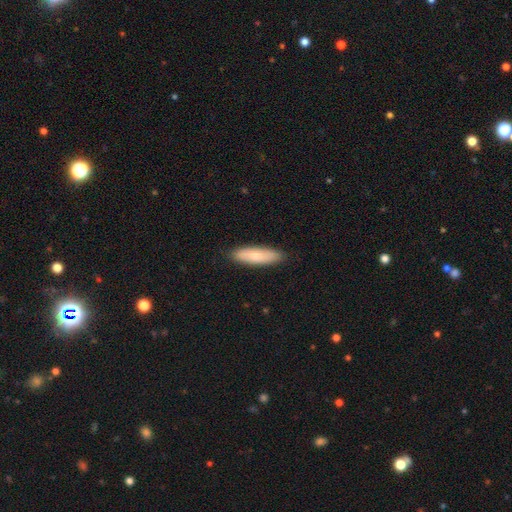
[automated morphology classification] Smooth or featured? Predicted: smooth (p=0.79). How rounded? Predicted: cigar-shaped (p=0.62). Merging? Predicted: none (p=0.88).